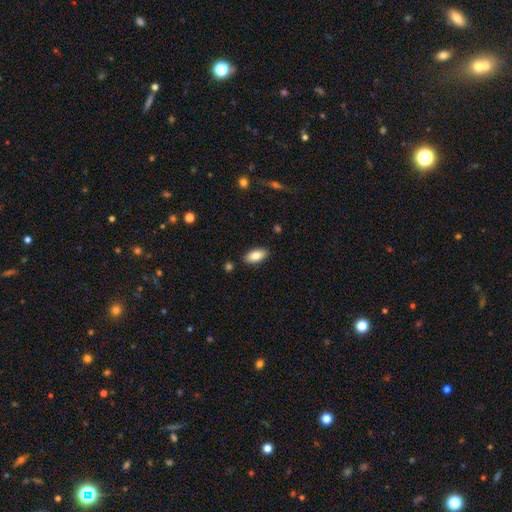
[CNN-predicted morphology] A smooth galaxy with no disk features (82%) that is in between round and cigar-shaped (89%). Merging: none (87%).